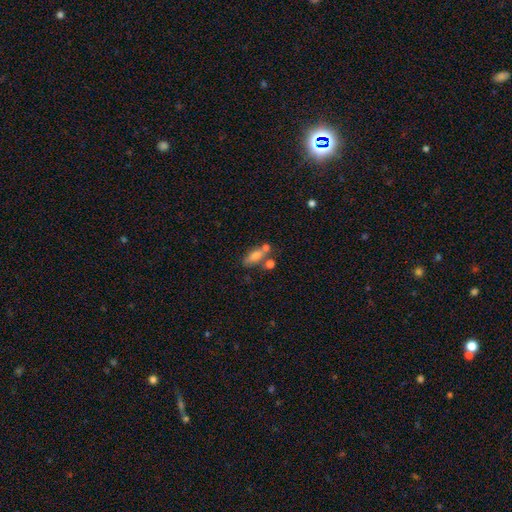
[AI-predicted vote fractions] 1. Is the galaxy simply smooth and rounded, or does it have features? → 70% smooth, 20% featured or disk, 10% star or artifact.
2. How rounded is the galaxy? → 66% in between, 28% cigar-shaped, 5% round.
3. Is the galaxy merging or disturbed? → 48% none, 29% merger, 16% minor disturbance, 7% major disturbance.